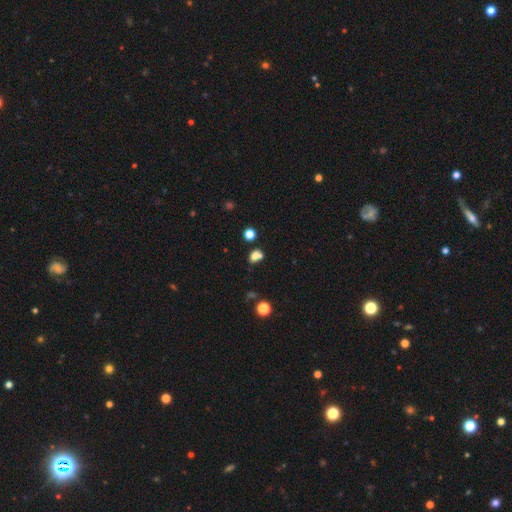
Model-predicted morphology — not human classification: Smooth or featured: smooth — 74% (star or artifact — 16%)
How rounded: in between — 56% (round — 43%)
Merging: none — 45% (merger — 33%)